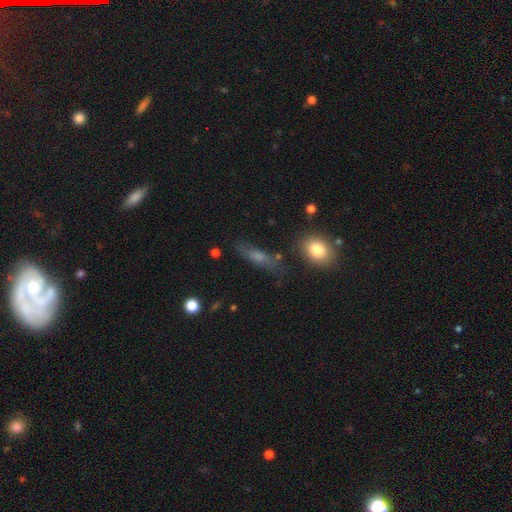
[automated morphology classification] Smooth or featured: smooth — 47% (featured or disk — 35%)
Merging: none — 69% (minor disturbance — 18%)